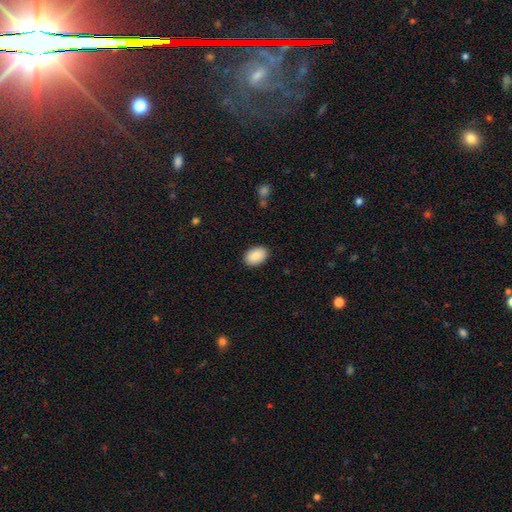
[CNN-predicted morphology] smooth_or_featured: smooth (p=0.90) [alt: star or artifact p=0.06]
how_rounded: in between (p=0.88) [alt: round p=0.11]
merging: none (p=0.89) [alt: minor disturbance p=0.08]